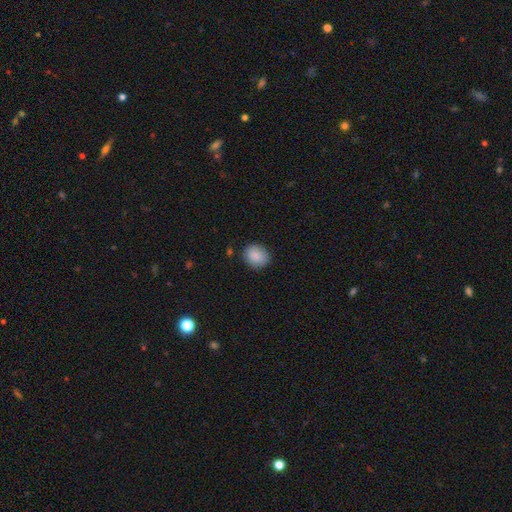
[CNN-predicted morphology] The model was most divided on "how rounded": round: 63%, in between: 36%, cigar-shaped: 1%. More confident: smooth or featured — smooth (88%); merging — none (85%).